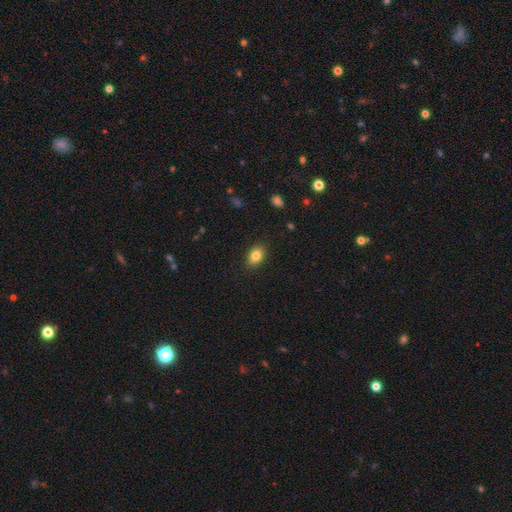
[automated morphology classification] Smooth or featured? smooth (82%)
How rounded? in between (79%)
Merging? none (87%)